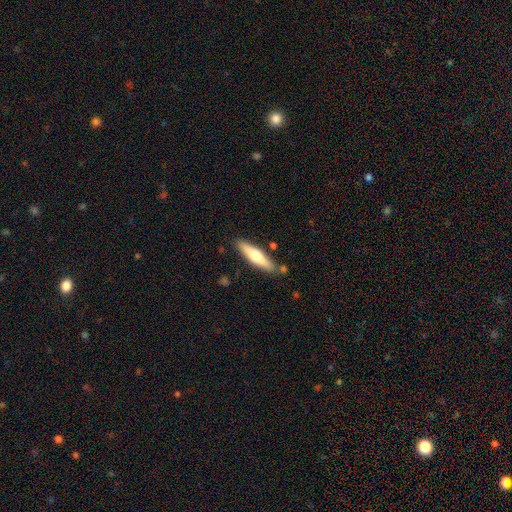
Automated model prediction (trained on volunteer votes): Smooth or featured? Predicted: smooth (p=0.52). How rounded? Predicted: cigar-shaped (p=0.76). Merging? Predicted: none (p=0.84).